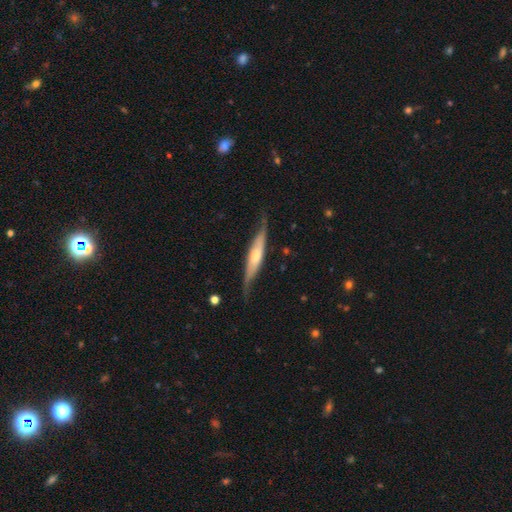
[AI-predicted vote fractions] Overall: featured or disk (61%; smooth 34%). Edge-on disk: yes (80%). Merging: none (67%).